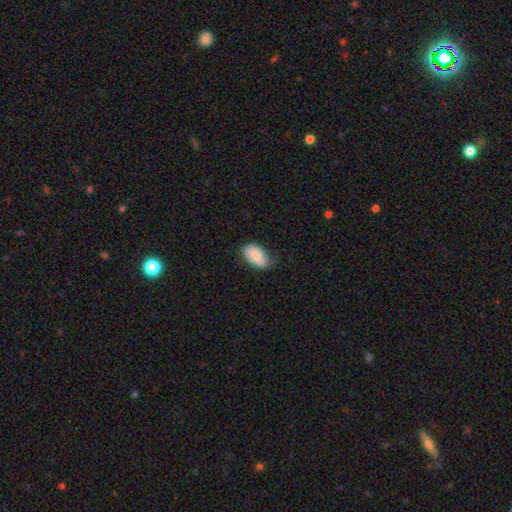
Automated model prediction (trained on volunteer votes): smooth-or-featured: smooth: 80% | featured or disk: 14% | star or artifact: 6%
  how-rounded: in between: 94% | round: 4% | cigar-shaped: 2%
  merging: none: 65% | minor disturbance: 28% | major disturbance: 6% | merger: 1%